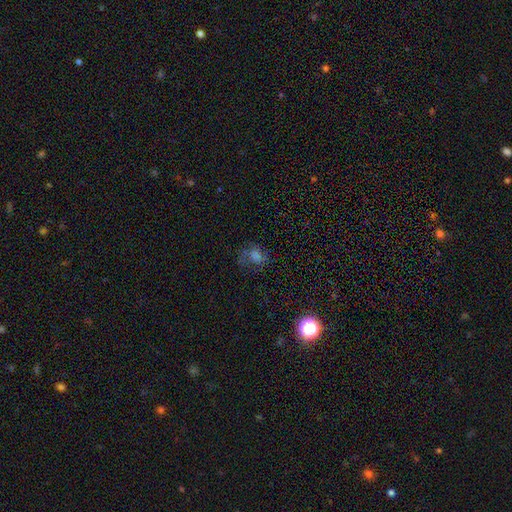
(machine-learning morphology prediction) A smooth galaxy with no disk features (42%). Merging: none (55%).